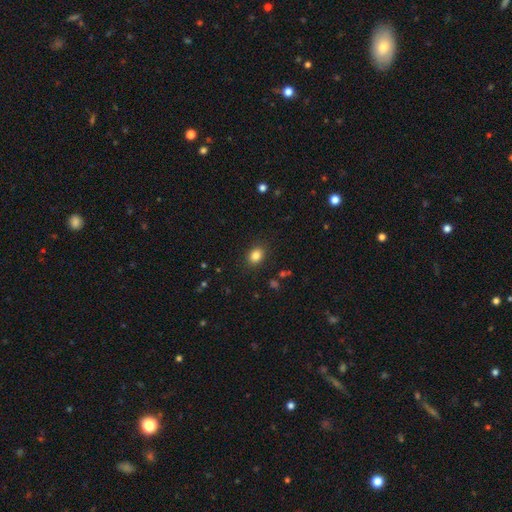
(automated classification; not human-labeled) smooth-or-featured: smooth: 84% | star or artifact: 10% | featured or disk: 5%
  how-rounded: in between: 53% | round: 46% | cigar-shaped: 1%
  merging: none: 88% | minor disturbance: 8% | major disturbance: 3% | merger: 1%